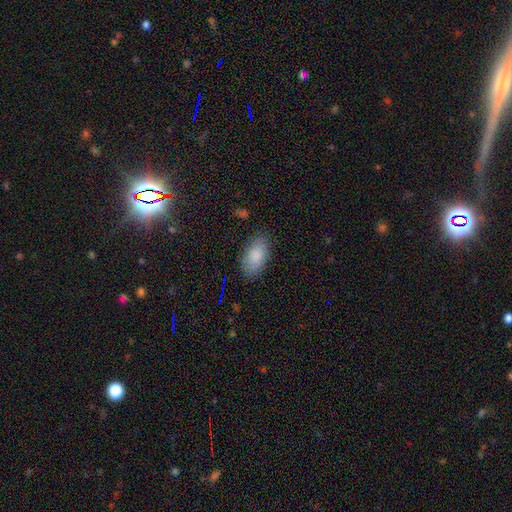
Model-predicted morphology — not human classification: Smooth or featured?
  - smooth: 86% *
  - featured or disk: 7%
  - star or artifact: 7%
How rounded?
  - in between: 94% *
  - round: 3%
  - cigar-shaped: 3%
Merging?
  - none: 83% *
  - minor disturbance: 12%
  - major disturbance: 3%
  - merger: 1%